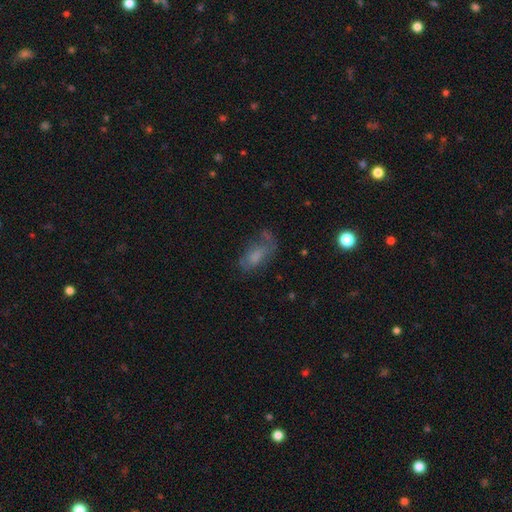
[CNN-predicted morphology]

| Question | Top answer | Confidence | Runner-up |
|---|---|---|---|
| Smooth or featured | smooth | 56% | featured or disk (31%) |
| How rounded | in between | 85% | cigar-shaped (9%) |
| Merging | none | 44% | minor disturbance (26%) |